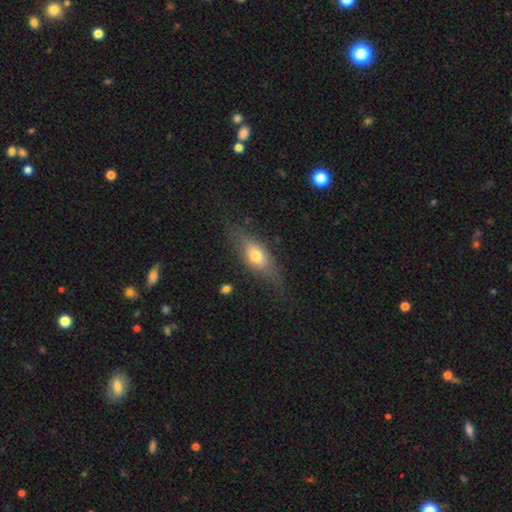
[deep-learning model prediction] Morphology: type=smooth (54%); roundness=in between (63%); merging=none (69%).